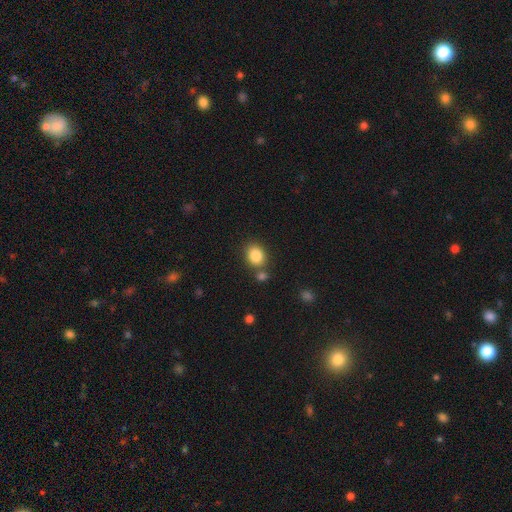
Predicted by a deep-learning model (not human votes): Overall: smooth (85%). How rounded: round (50%; in between 49%). Merging: none (70%).